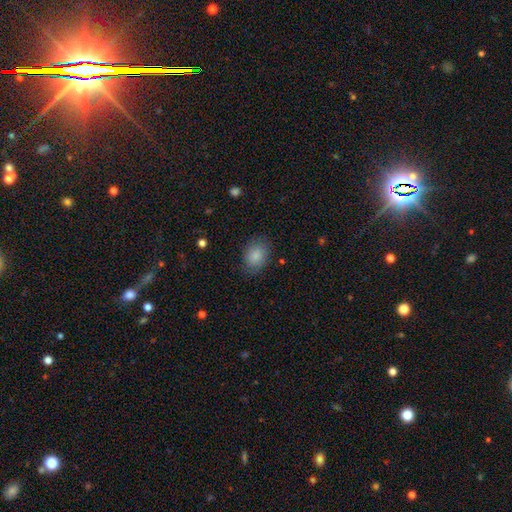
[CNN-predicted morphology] Smooth or featured?
  - smooth: 87% *
  - star or artifact: 7%
  - featured or disk: 6%
How rounded?
  - in between: 70% *
  - round: 29%
  - cigar-shaped: 1%
Merging?
  - none: 80% *
  - minor disturbance: 14%
  - major disturbance: 4%
  - merger: 1%